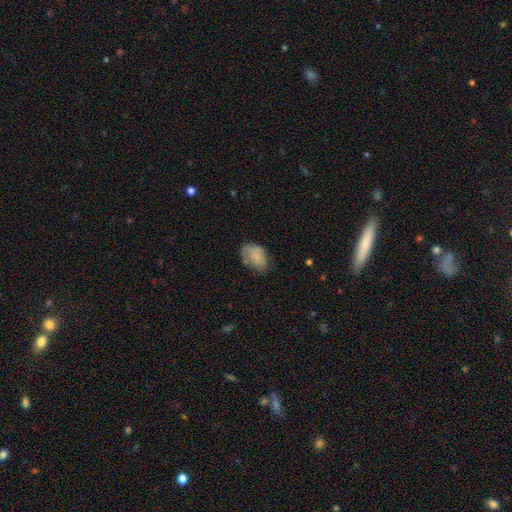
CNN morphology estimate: The model was most divided on "merging": none: 59%, minor disturbance: 29%, major disturbance: 10%, merger: 2%. More confident: how rounded — in between (86%); smooth or featured — smooth (77%).